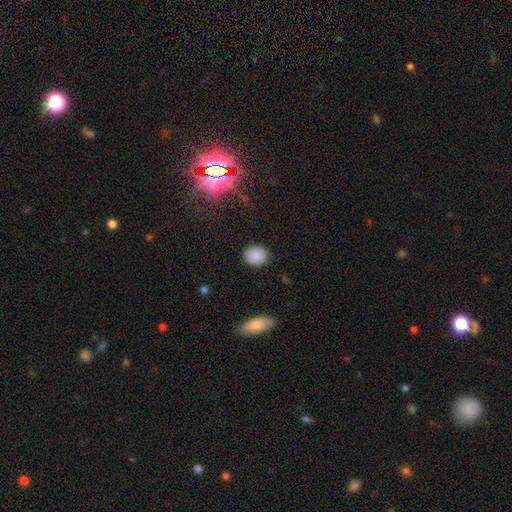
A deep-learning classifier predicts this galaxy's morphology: Overall: smooth (86%). How rounded: round (71%). Merging: none (87%).